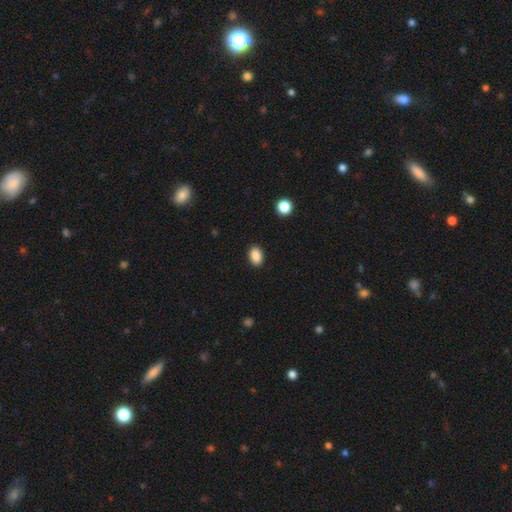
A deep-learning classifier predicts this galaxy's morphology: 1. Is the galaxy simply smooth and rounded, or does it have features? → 89% smooth, 9% star or artifact, 3% featured or disk.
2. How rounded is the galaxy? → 81% in between, 18% round, 1% cigar-shaped.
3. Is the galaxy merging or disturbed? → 89% none, 8% minor disturbance, 2% major disturbance, 1% merger.